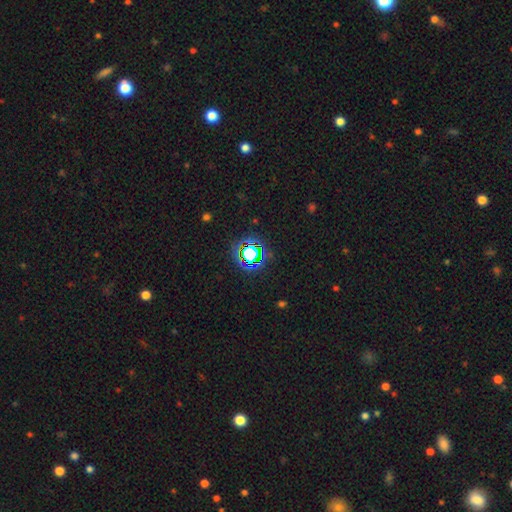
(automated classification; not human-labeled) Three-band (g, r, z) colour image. It shows a star or artifact, not a galaxy (76%).